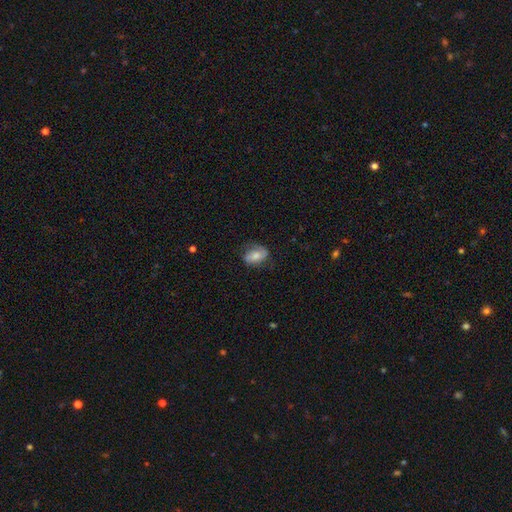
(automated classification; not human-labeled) A smooth galaxy with no disk features (58%) that is in between round and cigar-shaped (83%). Merging: none (66%).